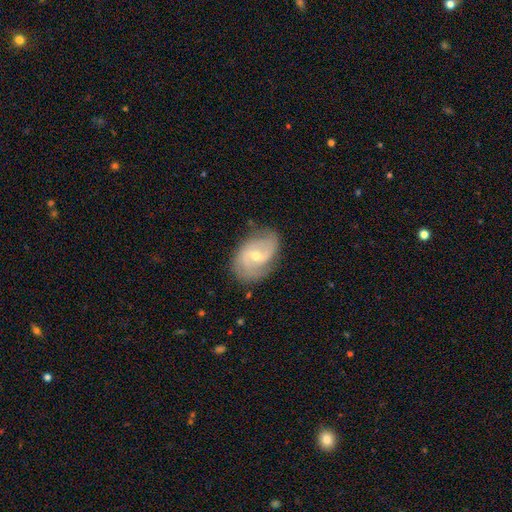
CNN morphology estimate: smooth-or-featured: featured or disk: 78% | smooth: 16% | star or artifact: 7%
  disk-edge-on: no: 96% | yes: 4%
    bar: weak: 48% | no: 40% | strong: 12%
    has-spiral-arms: yes: 92% | no: 8%
      spiral-winding: medium: 46% | tight: 29% | loose: 25%
      spiral-arm-count: 2: 72% | can't tell: 15% | 3: 6% | 1: 4% | 4: 2% | more than 4: 2%
    bulge-size: small: 53% | moderate: 44% | large: 1% | none: 1% | dominant: 1%
  merging: none: 73% | minor disturbance: 20% | major disturbance: 6% | merger: 1%